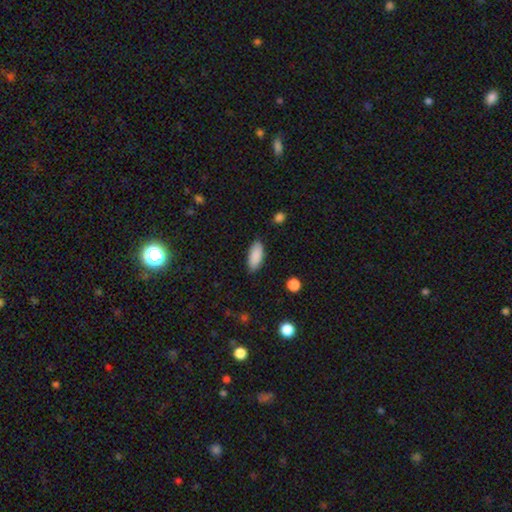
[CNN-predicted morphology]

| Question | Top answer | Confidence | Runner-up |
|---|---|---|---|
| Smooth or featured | smooth | 89% | star or artifact (6%) |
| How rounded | in between | 83% | cigar-shaped (15%) |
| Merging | none | 85% | minor disturbance (11%) |